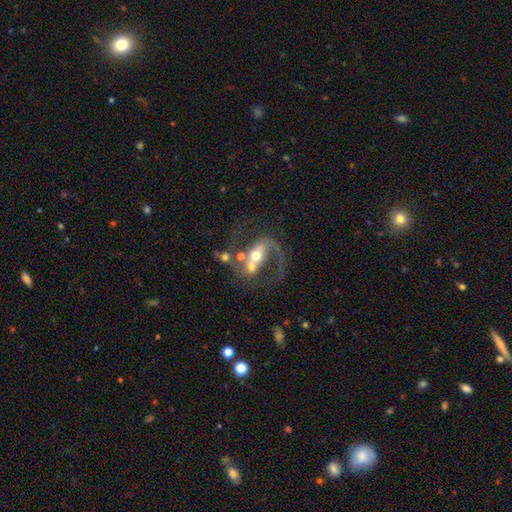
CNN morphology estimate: This appears to be a featured or disk galaxy (79%) with no bar (39%), 2 (71%) loose (50%) spiral arms (86%) and a moderate central bulge (64%). Merging: none (36%).